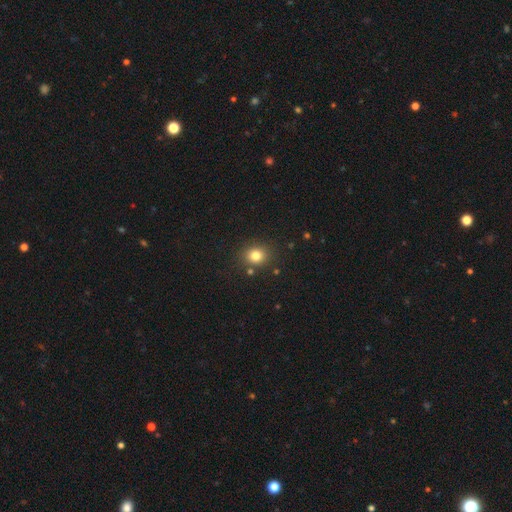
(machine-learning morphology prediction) Smooth or featured? Predicted: smooth (p=0.79). How rounded? Predicted: round (p=0.72). Merging? Predicted: none (p=0.83).